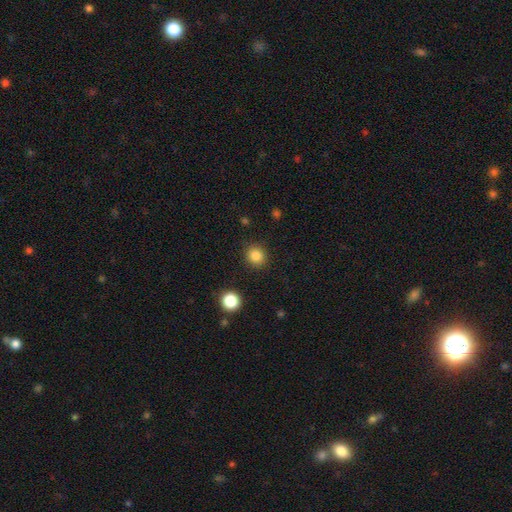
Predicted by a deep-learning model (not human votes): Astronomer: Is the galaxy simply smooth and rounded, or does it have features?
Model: smooth — 84%.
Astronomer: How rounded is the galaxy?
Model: round — 84%.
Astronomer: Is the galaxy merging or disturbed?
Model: none — 89%.